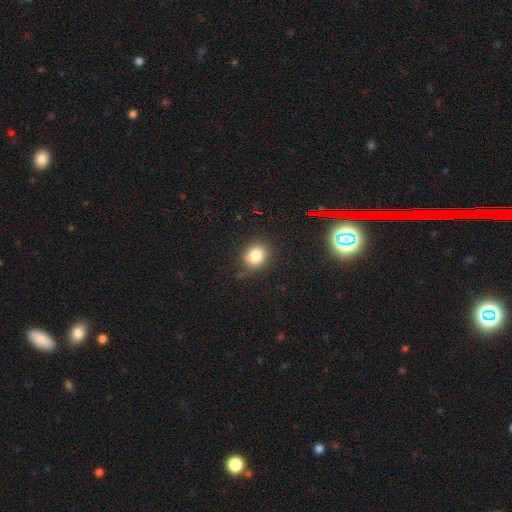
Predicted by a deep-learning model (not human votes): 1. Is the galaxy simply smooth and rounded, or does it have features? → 81% smooth, 12% star or artifact, 7% featured or disk.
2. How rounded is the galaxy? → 58% round, 41% in between, 1% cigar-shaped.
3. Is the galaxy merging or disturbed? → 77% none, 17% minor disturbance, 4% major disturbance, 3% merger.